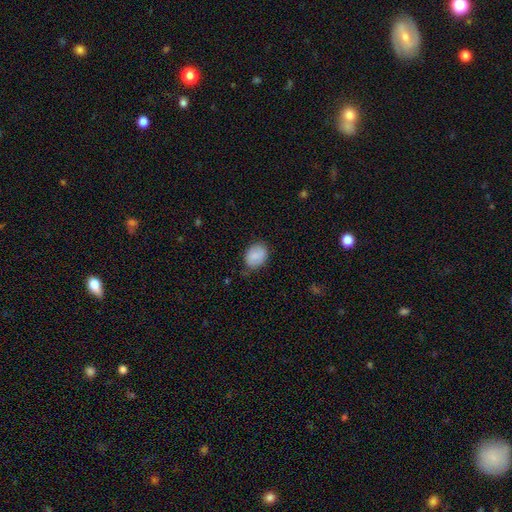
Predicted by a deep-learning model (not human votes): The model was most divided on "how rounded": in between: 66%, round: 33%, cigar-shaped: 1%. More confident: smooth or featured — smooth (83%); merging — none (76%).